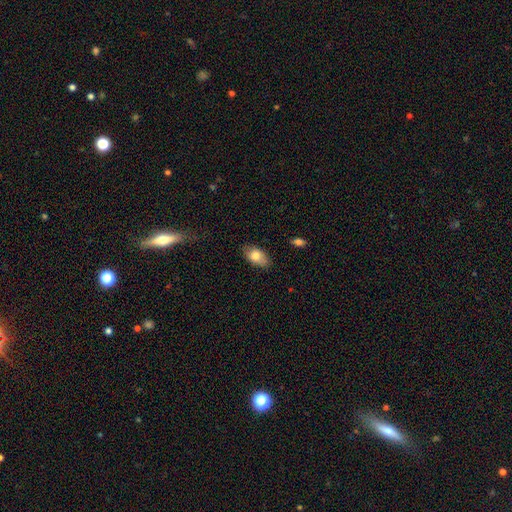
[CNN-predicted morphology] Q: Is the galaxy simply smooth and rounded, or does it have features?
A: smooth — 79%.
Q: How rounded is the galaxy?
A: in between — 92%.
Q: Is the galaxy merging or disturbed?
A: none — 82%.